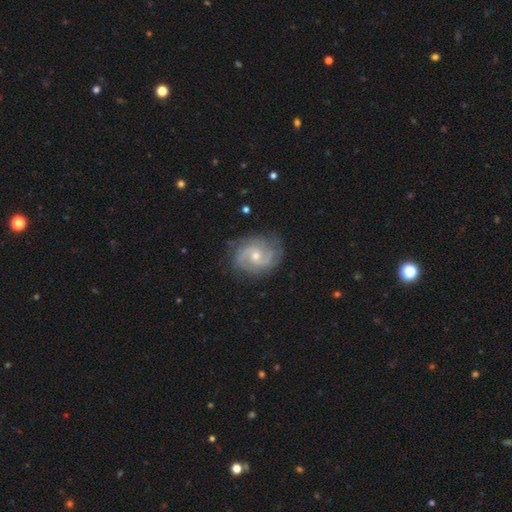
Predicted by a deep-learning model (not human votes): This is clearly a featured or disk galaxy (87%). It is clearly not viewed edge-on (98%). Bar: possibly no (49%). Spiral arm pattern: clearly yes (97%). Spiral arm count: likely 2 (60%). Spiral winding: possibly tight (46%). Central bulge: possibly moderate (53%). Merging: likely none (80%).